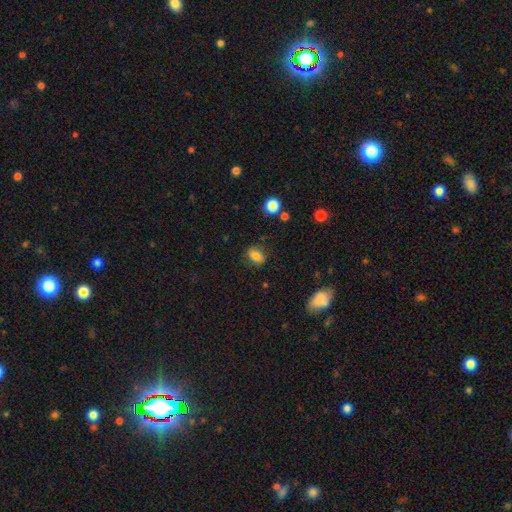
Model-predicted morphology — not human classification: smooth_or_featured: smooth (p=0.82) [alt: star or artifact p=0.11]
how_rounded: in between (p=0.75) [alt: round p=0.22]
merging: none (p=0.79) [alt: minor disturbance p=0.14]